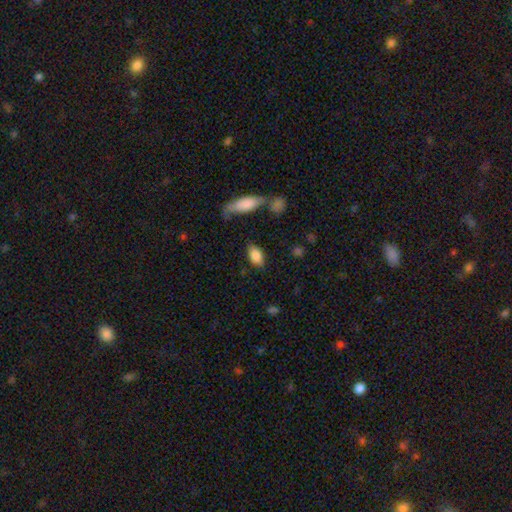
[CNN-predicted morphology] Smooth or featured? Predicted: smooth (p=0.83). How rounded? Predicted: in between (p=0.91). Merging? Predicted: none (p=0.80).